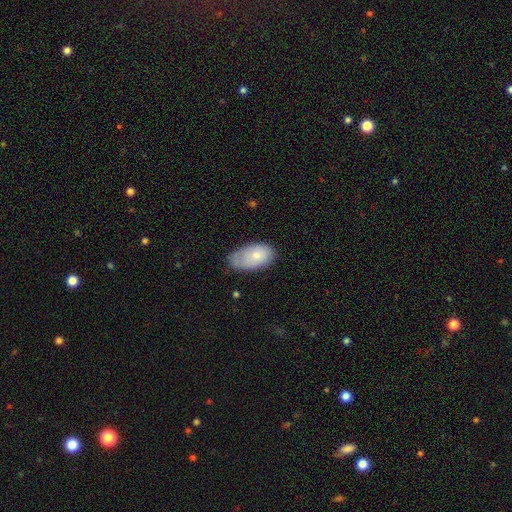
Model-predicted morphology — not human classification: smooth-or-featured: smooth: 75% | featured or disk: 19% | star or artifact: 6%
  how-rounded: in between: 94% | round: 4% | cigar-shaped: 2%
  merging: none: 49% | minor disturbance: 38% | major disturbance: 11% | merger: 2%